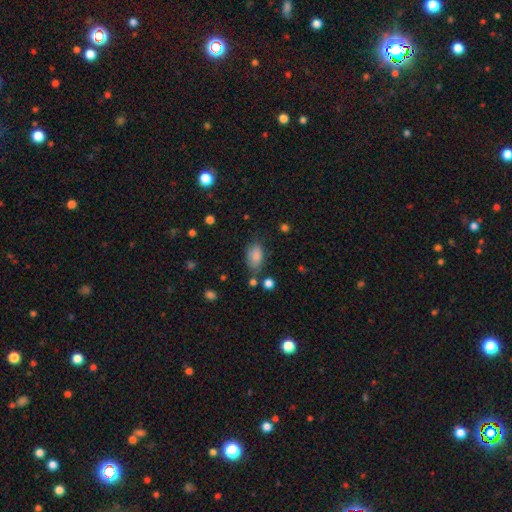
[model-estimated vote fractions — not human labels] The model was most divided on "merging": none: 64%, minor disturbance: 24%, major disturbance: 7%, merger: 6%. More confident: how rounded — in between (91%); smooth or featured — smooth (85%).